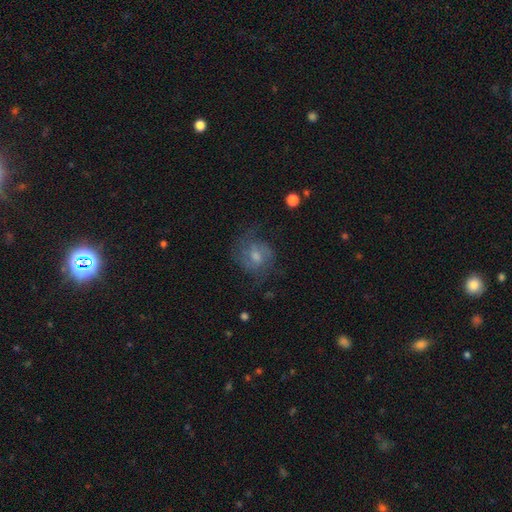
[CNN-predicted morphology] Smooth or featured?
  - featured or disk: 61% *
  - smooth: 25%
  - star or artifact: 14%
Edge-on disk?
  - no: 97% *
  - yes: 3%
Bar?
  - no: 50% *
  - weak: 43%
  - strong: 7%
Spiral arms?
  - yes: 88% *
  - no: 12%
Spiral winding?
  - medium: 45% *
  - tight: 37%
  - loose: 17%
Spiral arm count?
  - 2: 47% *
  - can't tell: 30%
  - 3: 12%
  - 1: 5%
  - 4: 4%
  - more than 4: 3%
Bulge size?
  - moderate: 53% *
  - small: 32%
  - large: 7%
  - none: 6%
  - dominant: 1%
Merging?
  - none: 67% *
  - minor disturbance: 19%
  - major disturbance: 13%
  - merger: 1%